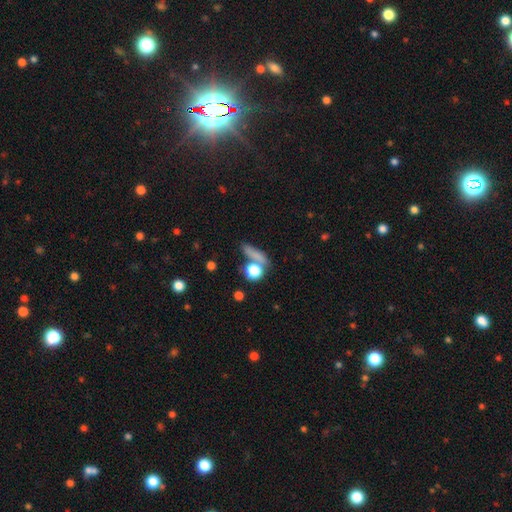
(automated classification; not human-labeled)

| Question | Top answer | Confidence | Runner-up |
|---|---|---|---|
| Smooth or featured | smooth | 74% | featured or disk (14%) |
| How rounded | cigar-shaped | 43% | round (32%) |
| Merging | none | 56% | merger (21%) |